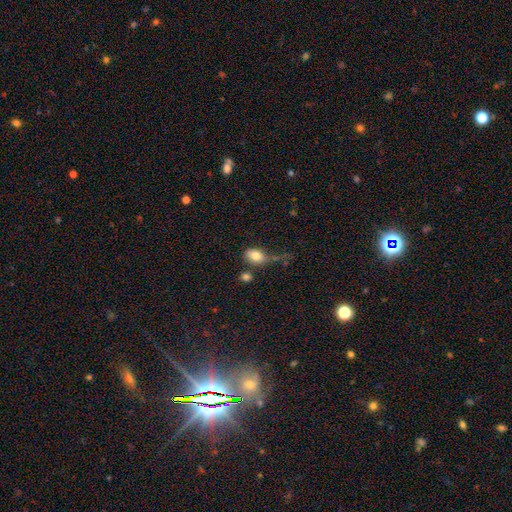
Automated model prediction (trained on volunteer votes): A smooth galaxy with no disk features (80%) that is in between round and cigar-shaped (74%).

Vote fractions:
- Smooth or featured? smooth: 80% / featured or disk: 11% / star or artifact: 9%
- How rounded? in between: 74% / round: 24% / cigar-shaped: 2%
- Merging? none: 47% / minor disturbance: 24% / major disturbance: 15% / merger: 14%